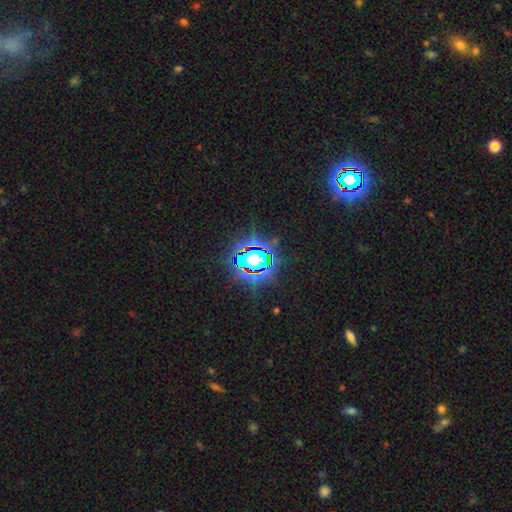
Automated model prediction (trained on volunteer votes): Smooth or featured? Predicted: star or artifact (p=0.80).